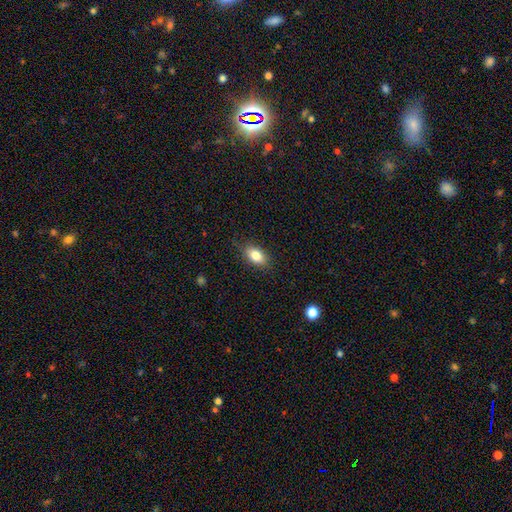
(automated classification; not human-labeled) Smooth or featured? Predicted: smooth (p=0.83). How rounded? Predicted: in between (p=0.87). Merging? Predicted: none (p=0.82).